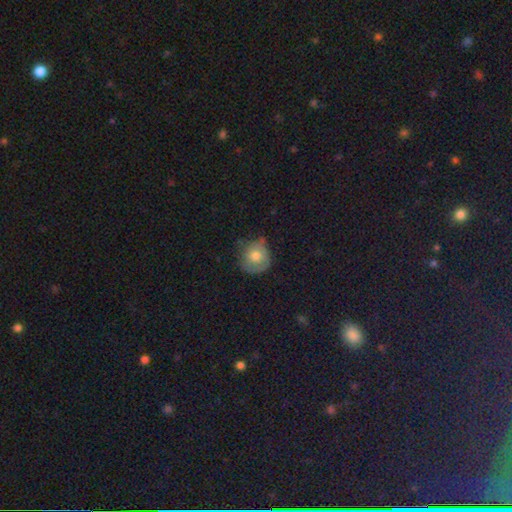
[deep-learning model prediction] Overall: smooth (68%). How rounded: round (84%). Merging: none (56%; minor disturbance 32%).